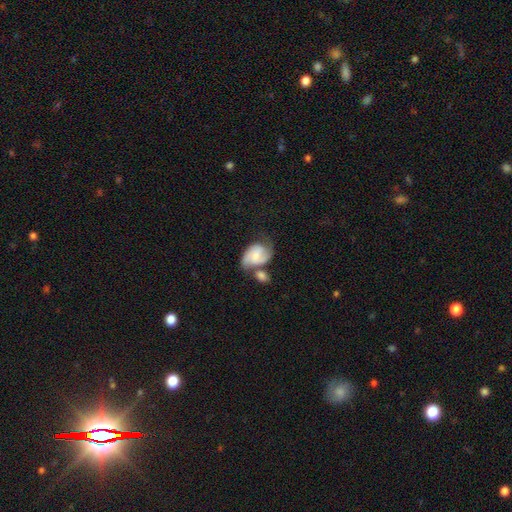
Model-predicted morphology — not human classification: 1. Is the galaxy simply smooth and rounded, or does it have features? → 57% featured or disk, 36% smooth, 7% star or artifact.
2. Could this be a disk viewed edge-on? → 97% no, 3% yes.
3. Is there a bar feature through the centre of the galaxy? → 51% no, 39% weak, 10% strong.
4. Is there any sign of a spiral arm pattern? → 88% yes, 12% no.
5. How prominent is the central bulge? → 46% small, 36% moderate, 10% none, 6% large, 2% dominant.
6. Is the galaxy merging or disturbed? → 37% merger, 34% none, 19% minor disturbance, 10% major disturbance.